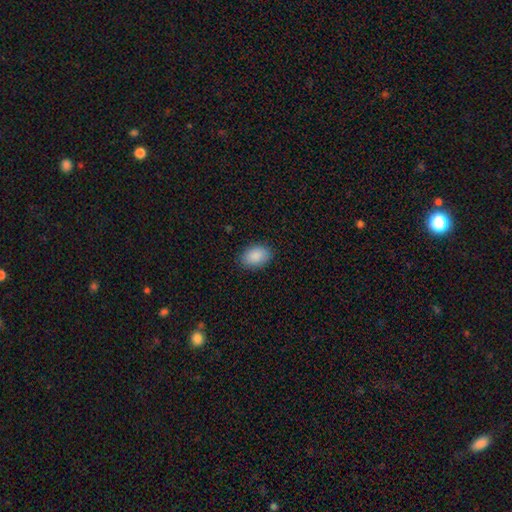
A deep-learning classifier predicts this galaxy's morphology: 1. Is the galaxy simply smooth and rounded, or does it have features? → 90% smooth, 7% star or artifact, 4% featured or disk.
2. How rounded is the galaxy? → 84% in between, 15% round, 1% cigar-shaped.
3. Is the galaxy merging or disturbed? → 87% none, 10% minor disturbance, 2% major disturbance, 1% merger.